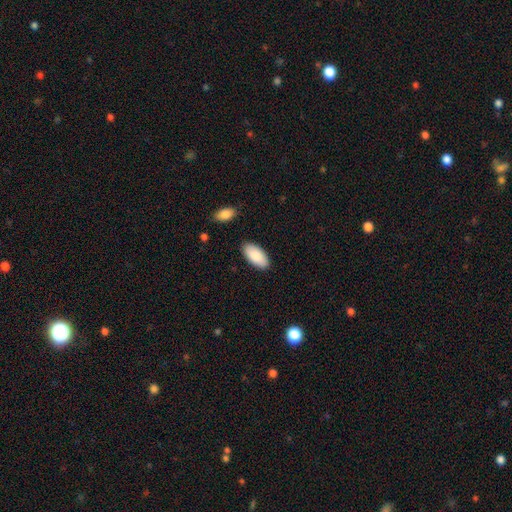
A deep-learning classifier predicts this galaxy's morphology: This appears to be a smooth galaxy with no disk features (88%) that is in between round and cigar-shaped (94%). Merging: none (88%).